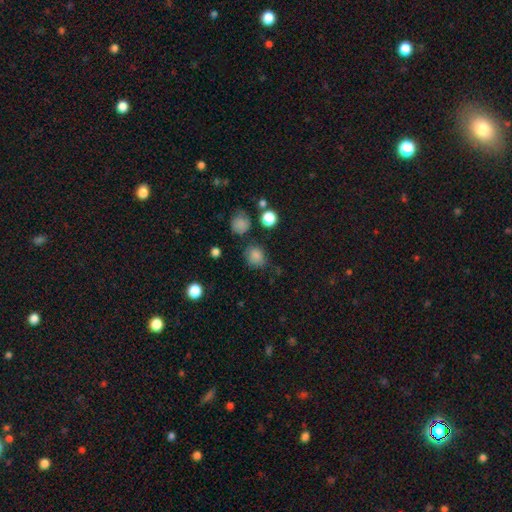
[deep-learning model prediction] smooth 82%, star or artifact 14%, featured or disk 5%. Down the decision tree: how rounded — round (78%); merging — none (71%).